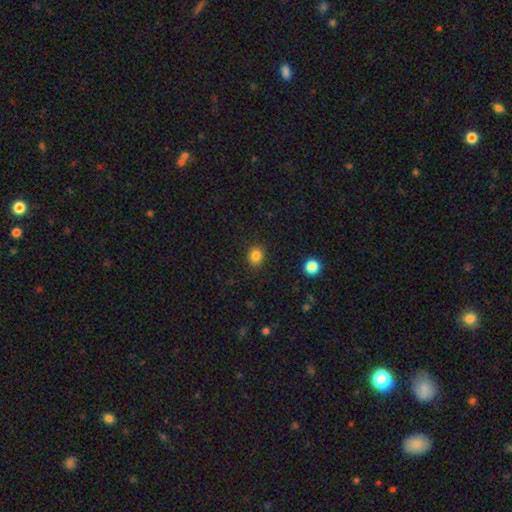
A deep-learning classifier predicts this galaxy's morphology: Smooth or featured: smooth — 83% (star or artifact — 11%)
How rounded: round — 61% (in between — 38%)
Merging: none — 86% (minor disturbance — 10%)